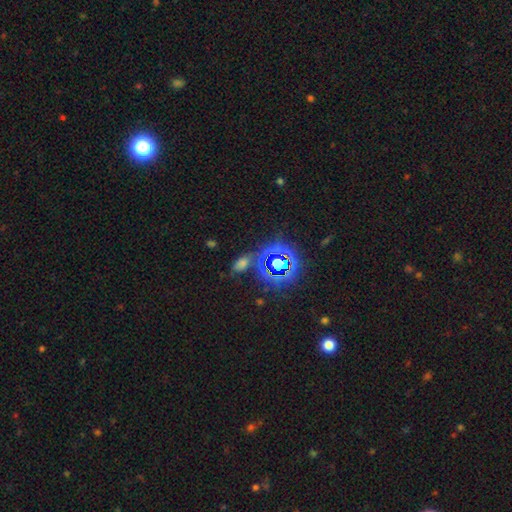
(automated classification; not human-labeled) smooth_or_featured: star or artifact (p=0.77) [alt: smooth p=0.16]